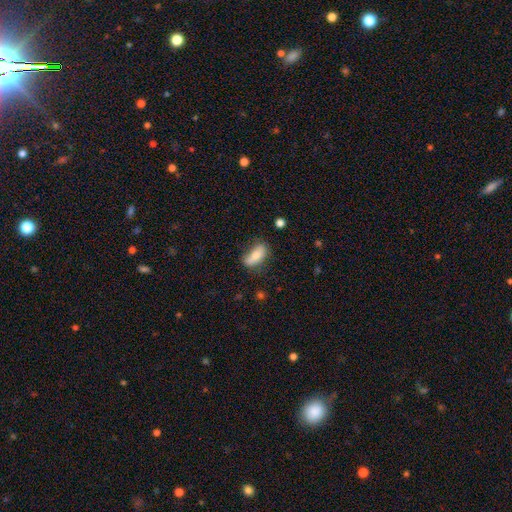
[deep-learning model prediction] The model was most divided on "merging": none: 59%, minor disturbance: 28%, major disturbance: 10%, merger: 4%. More confident: how rounded — in between (79%); smooth or featured — smooth (73%).